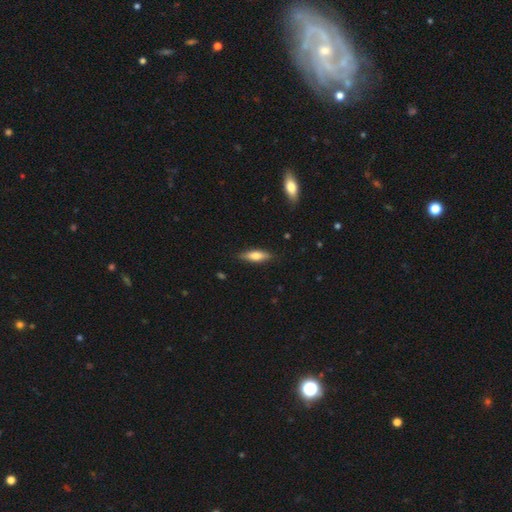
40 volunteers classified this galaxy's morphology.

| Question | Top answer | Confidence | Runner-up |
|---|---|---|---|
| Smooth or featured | smooth | 65% | featured or disk (25%) |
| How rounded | in between | 73% | cigar-shaped (27%) |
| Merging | none | 83% | minor disturbance (14%) |